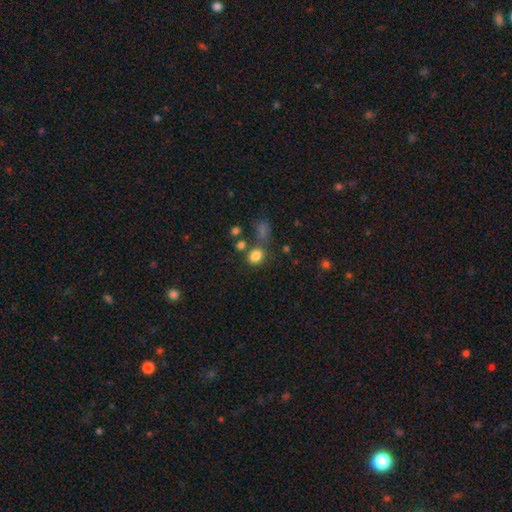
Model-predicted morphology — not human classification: This appears to be a smooth galaxy with no disk features (82%) that is round (57%). Merging: none (66%).